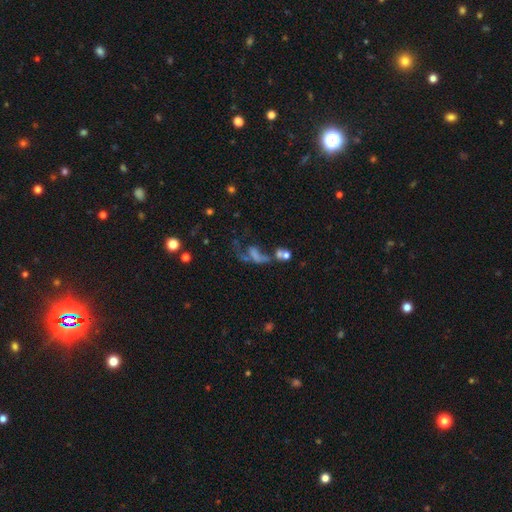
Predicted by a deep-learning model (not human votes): This appears to be a star or artifact, not a galaxy (51%).